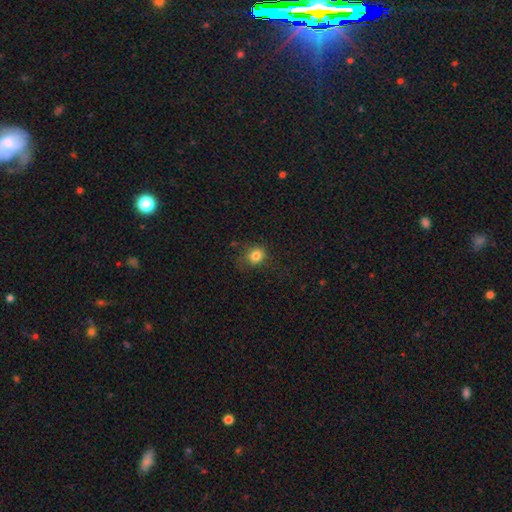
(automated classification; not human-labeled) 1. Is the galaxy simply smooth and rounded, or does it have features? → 82% smooth, 12% star or artifact, 6% featured or disk.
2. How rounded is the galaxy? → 71% round, 28% in between, 1% cigar-shaped.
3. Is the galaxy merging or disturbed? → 69% none, 21% minor disturbance, 9% major disturbance, 2% merger.